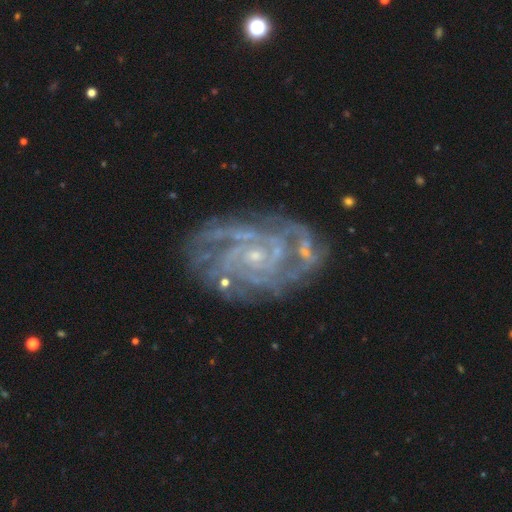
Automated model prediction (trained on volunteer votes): Q: Smooth or featured?
A: featured or disk (90%); runner-up: star or artifact (6%)
Q: Edge-on disk?
A: no (97%); runner-up: yes (3%)
Q: Bar?
A: no (68%); runner-up: weak (24%)
Q: Spiral arms?
A: yes (97%); runner-up: no (3%)
Q: Spiral winding?
A: tight (66%); runner-up: medium (28%)
Q: Spiral arm count?
A: can't tell (21%); runner-up: 3 (20%)
Q: Bulge size?
A: small (81%); runner-up: moderate (13%)
Q: Merging?
A: none (71%); runner-up: minor disturbance (17%)